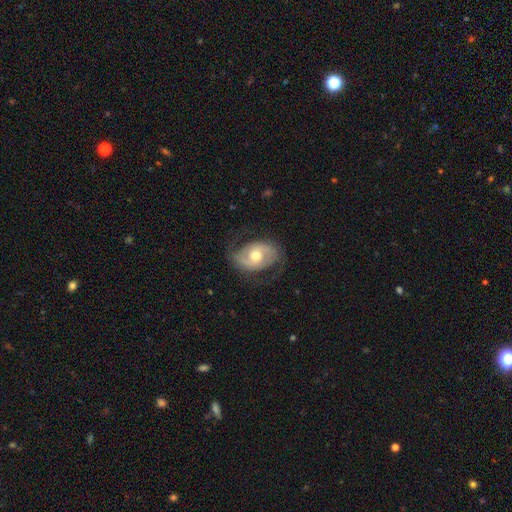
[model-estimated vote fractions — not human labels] The model was most divided on "spiral winding": medium: 44%, loose: 31%, tight: 25%. More confident: edge-on disk — no (96%); spiral arm count — 2 (84%); spiral arms — yes (84%); bulge size — moderate (74%); smooth or featured — featured or disk (72%); merging — none (68%); bar — no (57%).